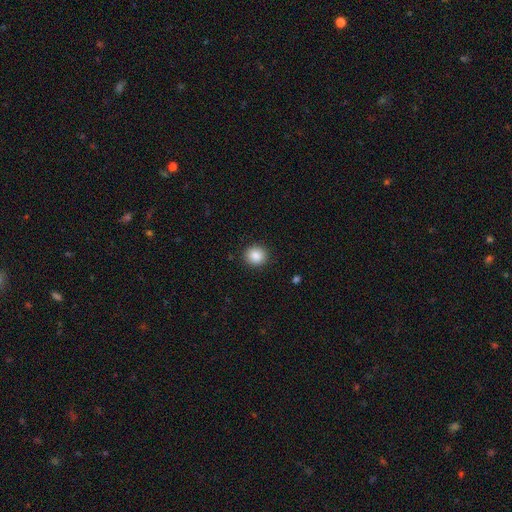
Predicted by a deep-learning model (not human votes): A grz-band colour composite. It shows a smooth galaxy with no disk features (87%) that is round (89%). Merging: none (91%).